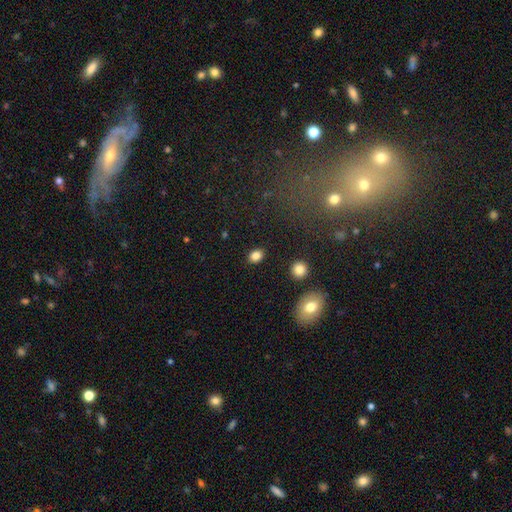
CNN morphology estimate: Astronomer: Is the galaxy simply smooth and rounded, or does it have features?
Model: smooth — 85%.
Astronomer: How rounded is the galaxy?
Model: in between — 72%.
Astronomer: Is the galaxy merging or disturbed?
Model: none — 87%.